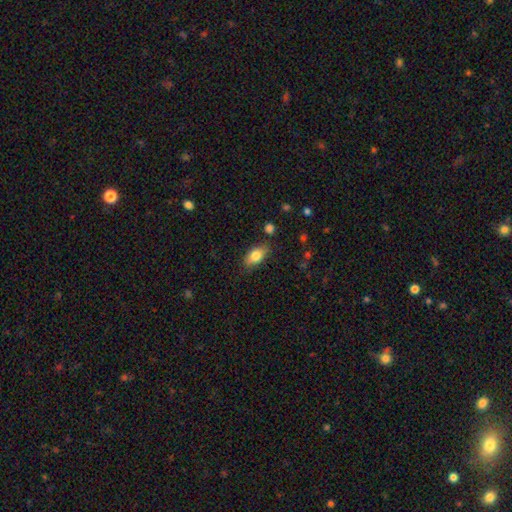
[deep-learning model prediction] Smooth or featured?
  - smooth: 79% *
  - featured or disk: 14%
  - star or artifact: 7%
How rounded?
  - in between: 88% *
  - round: 7%
  - cigar-shaped: 5%
Merging?
  - none: 80% *
  - minor disturbance: 14%
  - major disturbance: 3%
  - merger: 2%